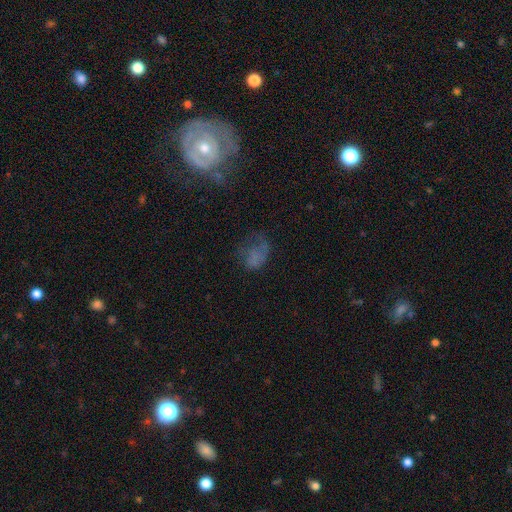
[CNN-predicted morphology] Q: Smooth or featured?
A: smooth (49%); runner-up: featured or disk (29%)
Q: Merging?
A: major disturbance (39%); runner-up: none (34%)